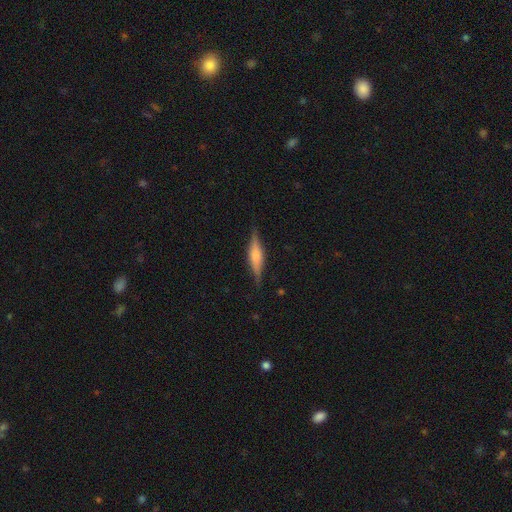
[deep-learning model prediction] The model was most divided on "smooth or featured": featured or disk: 59%, smooth: 34%, star or artifact: 7%. More confident: edge-on disk — yes (96%); merging — none (85%); edge-on bulge — rounded (65%).